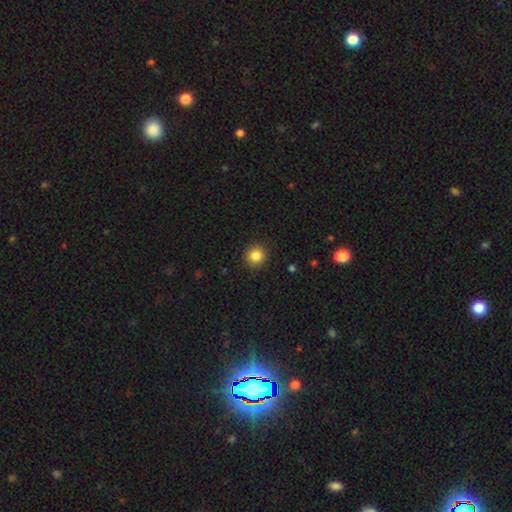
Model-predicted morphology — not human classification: The model was most divided on "smooth or featured": smooth: 85%, star or artifact: 11%, featured or disk: 4%. More confident: how rounded — round (93%); merging — none (92%).